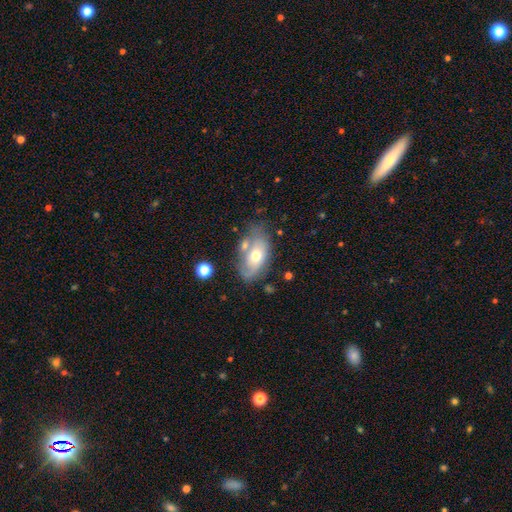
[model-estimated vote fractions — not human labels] A smooth galaxy with no disk features (54%) that is in between round and cigar-shaped (88%).

Vote fractions:
- Smooth or featured? smooth: 54% / featured or disk: 38% / star or artifact: 8%
- How rounded? in between: 88% / round: 9% / cigar-shaped: 3%
- Merging? none: 52% / minor disturbance: 22% / merger: 17% / major disturbance: 9%